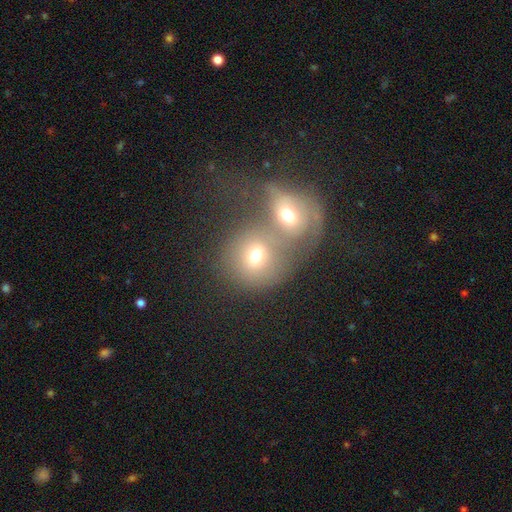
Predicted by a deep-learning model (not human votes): Morphology: type=smooth (68%); roundness=round (78%); merging=merger (66%).